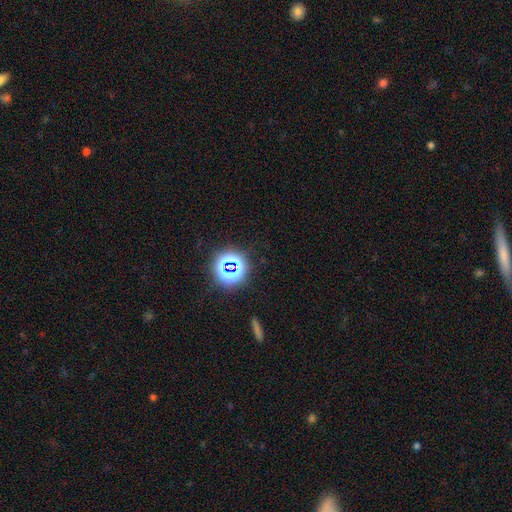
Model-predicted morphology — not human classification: A star or artifact, not a galaxy (78%).